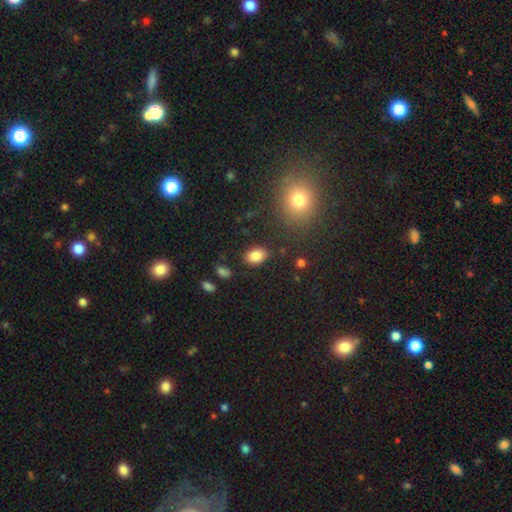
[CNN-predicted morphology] This is clearly a smooth galaxy (85%). How rounded: clearly in between (82%). Merging: clearly none (84%).